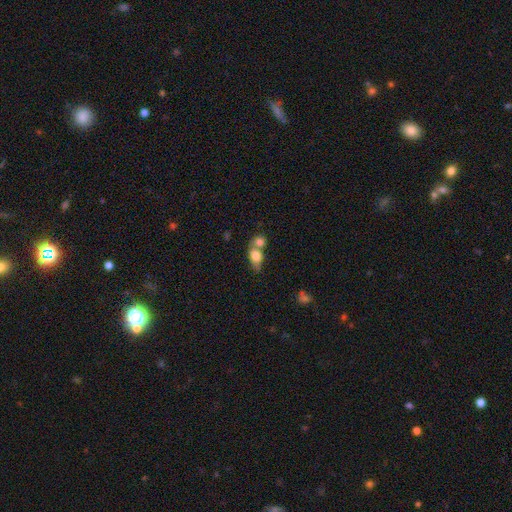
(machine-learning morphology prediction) This is likely a smooth galaxy (77%). How rounded: likely in between (68%). Merging: possibly merger (60%).